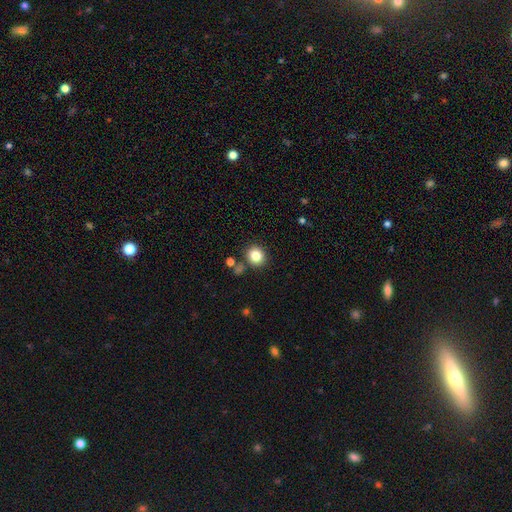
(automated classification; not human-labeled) smooth_or_featured: smooth (p=0.83) [alt: star or artifact p=0.11]
how_rounded: round (p=0.89) [alt: in between p=0.10]
merging: none (p=0.84) [alt: minor disturbance p=0.07]